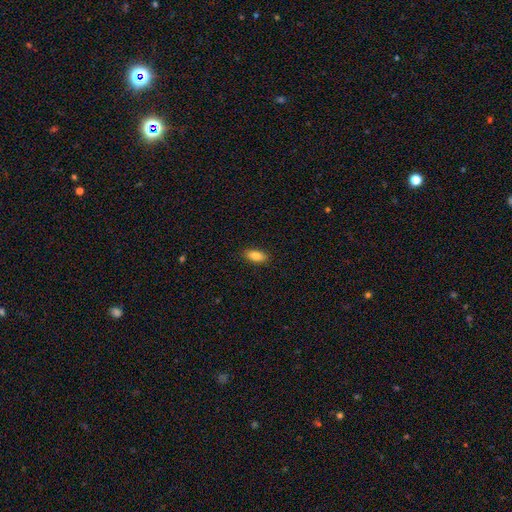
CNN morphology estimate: This appears to be a smooth galaxy with no disk features (85%) that is in between round and cigar-shaped (88%). Merging: none (88%).